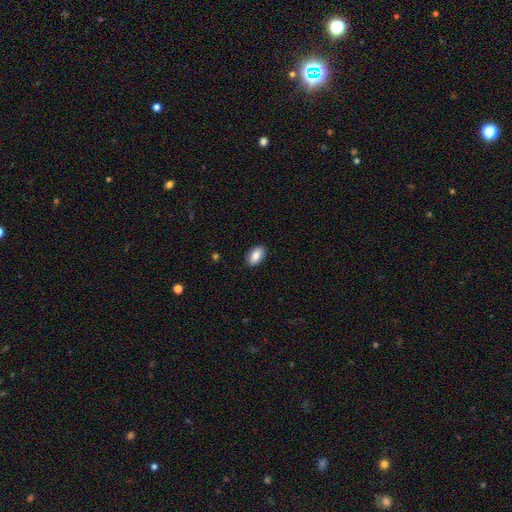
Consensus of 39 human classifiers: Smooth or featured? 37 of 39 (95%) said smooth. How rounded? 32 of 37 (86%) said in between. Merging? 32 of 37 (86%) said none.